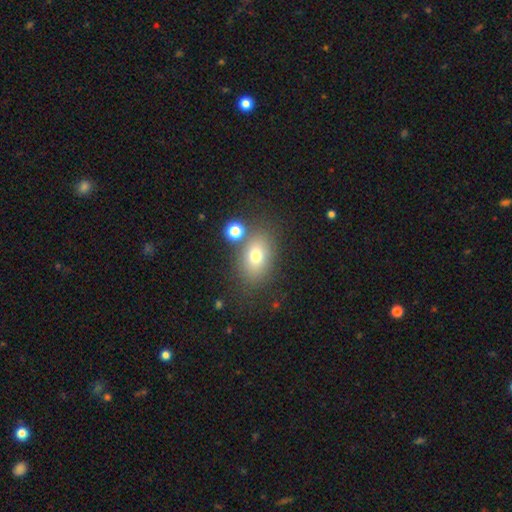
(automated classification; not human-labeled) smooth_or_featured: smooth (p=0.74) [alt: featured or disk p=0.14]
how_rounded: in between (p=0.79) [alt: round p=0.20]
merging: none (p=0.71) [alt: minor disturbance p=0.12]